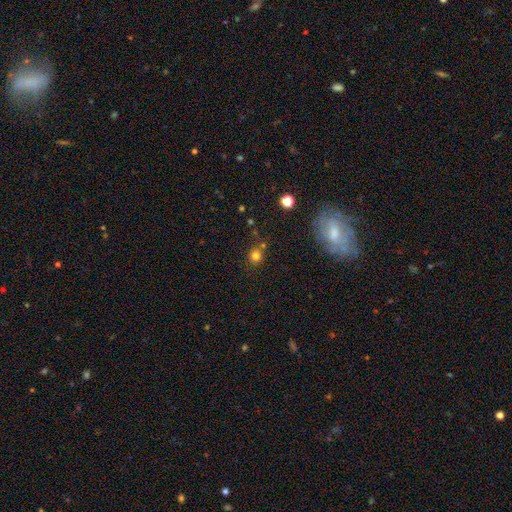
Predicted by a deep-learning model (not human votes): A smooth galaxy with no disk features (77%) that is round (86%). Merging: none (74%).